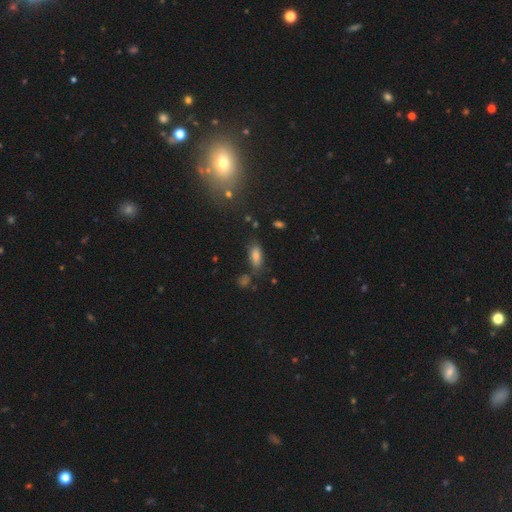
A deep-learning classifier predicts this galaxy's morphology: Smooth or featured? Predicted: smooth (p=0.74). How rounded? Predicted: in between (p=0.78). Merging? Predicted: none (p=0.75).